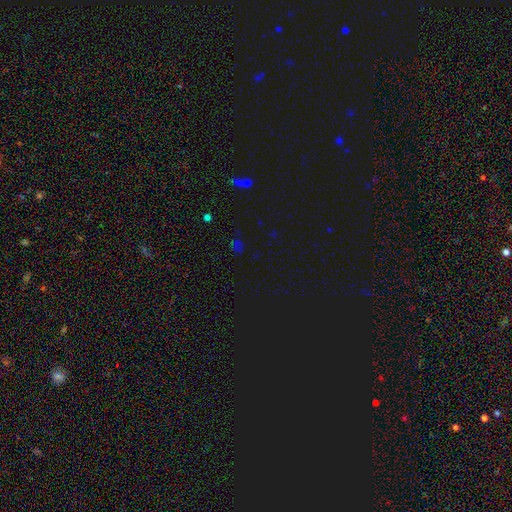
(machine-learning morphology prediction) Q: Smooth or featured?
A: star or artifact (70%); runner-up: smooth (23%)